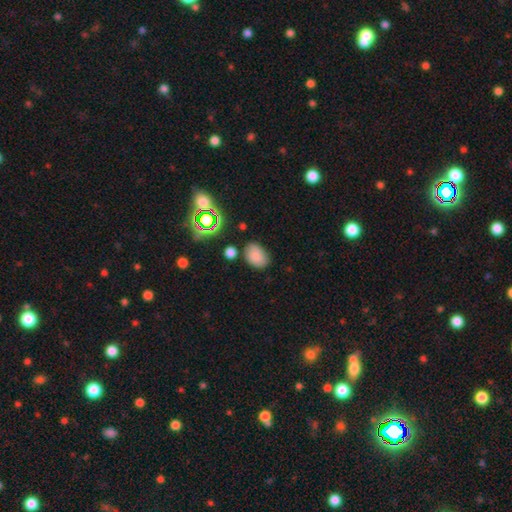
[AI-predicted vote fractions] Smooth or featured? smooth (78%)
How rounded? in between (80%)
Merging? none (72%)